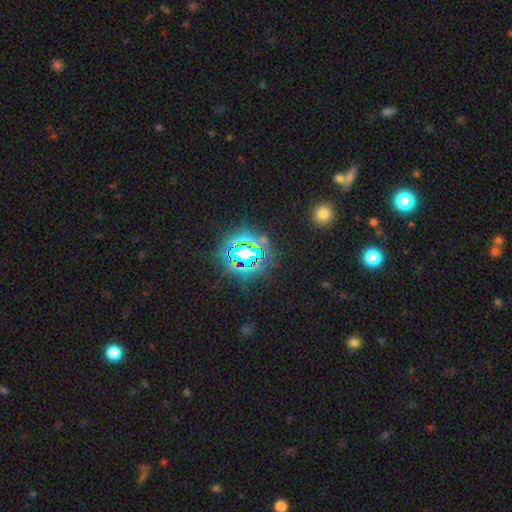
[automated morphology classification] Smooth or featured: star or artifact — 79% (smooth — 14%)